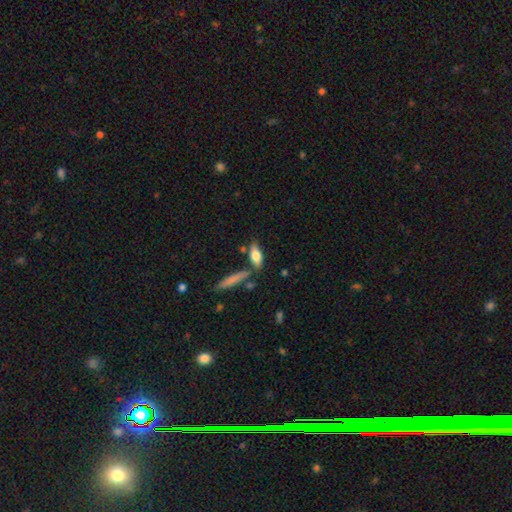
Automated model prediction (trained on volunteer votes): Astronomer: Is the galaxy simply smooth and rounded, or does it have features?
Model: smooth — 73%.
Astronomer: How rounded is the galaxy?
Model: in between — 63%.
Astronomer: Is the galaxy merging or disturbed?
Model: none — 66%.